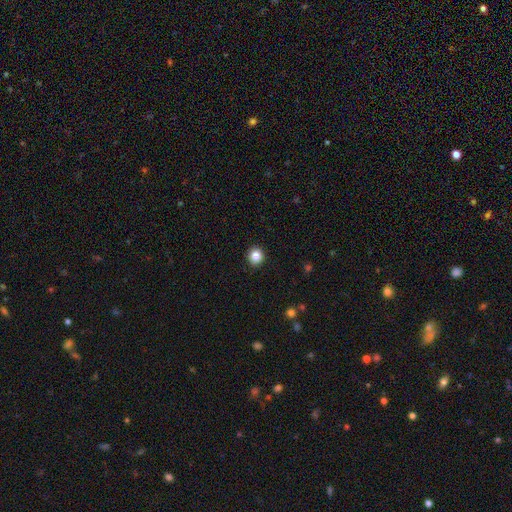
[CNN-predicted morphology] Smooth or featured? Predicted: smooth (p=0.86). How rounded? Predicted: round (p=0.87). Merging? Predicted: none (p=0.93).